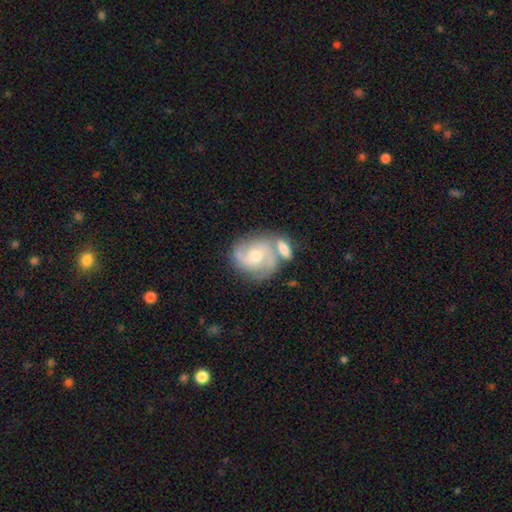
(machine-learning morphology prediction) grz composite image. It shows a featured or disk galaxy (77%) with no bar (60%), 2 (58%) medium (49%) spiral arms (93%) and a moderate central bulge (63%). Merging: none (43%).